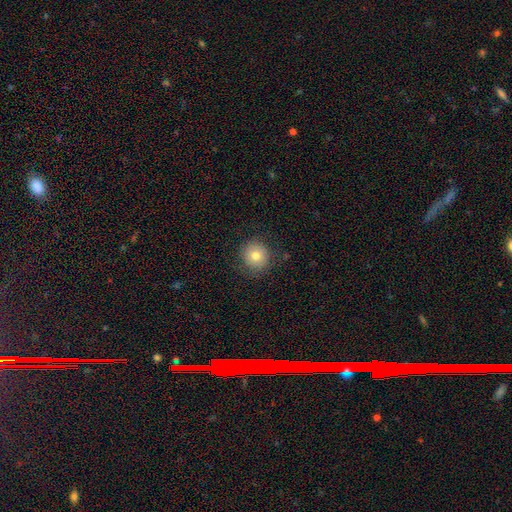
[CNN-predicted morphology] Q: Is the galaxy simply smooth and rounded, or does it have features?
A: smooth — 76%.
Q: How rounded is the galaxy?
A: round — 92%.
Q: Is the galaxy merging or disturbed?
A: none — 84%.